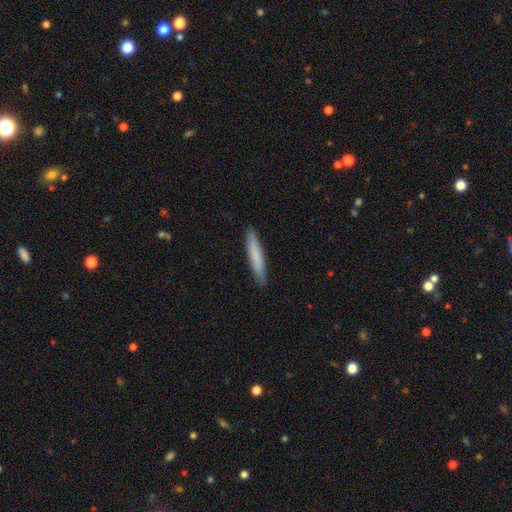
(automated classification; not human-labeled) Overall: smooth (76%). How rounded: cigar-shaped (94%). Merging: none (90%).